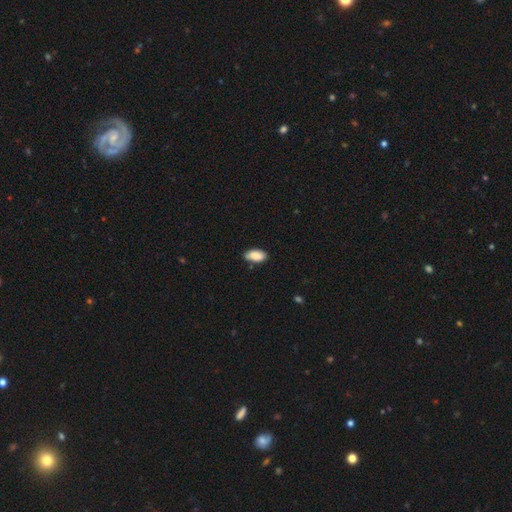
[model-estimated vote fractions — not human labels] Q: Smooth or featured?
A: smooth (88%); runner-up: star or artifact (7%)
Q: How rounded?
A: in between (93%); runner-up: cigar-shaped (5%)
Q: Merging?
A: none (79%); runner-up: minor disturbance (17%)